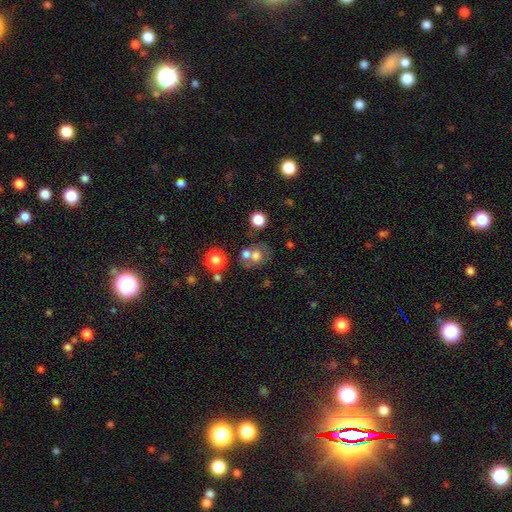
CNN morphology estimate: Overall: smooth (64%). How rounded: round (67%; in between 32%). Merging: none (42%; merger 40%).